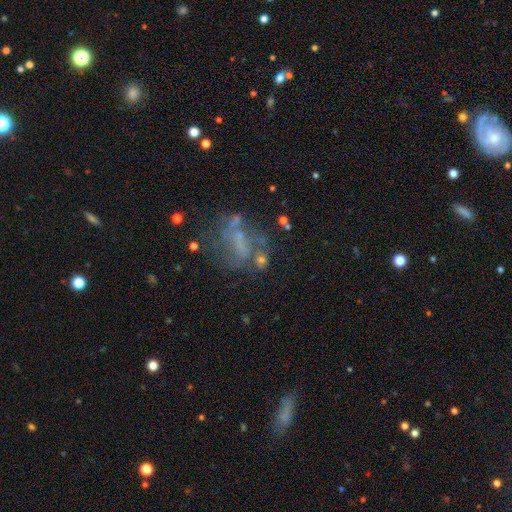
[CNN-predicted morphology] smooth-or-featured: featured or disk: 53% | smooth: 26% | star or artifact: 21%
  disk-edge-on: no: 95% | yes: 5%
    bar: no: 62% | weak: 23% | strong: 15%
    has-spiral-arms: no: 78% | yes: 22%
    bulge-size: none: 66% | small: 19% | moderate: 11% | large: 2% | dominant: 1%
  merging: none: 43% | major disturbance: 27% | minor disturbance: 18% | merger: 12%